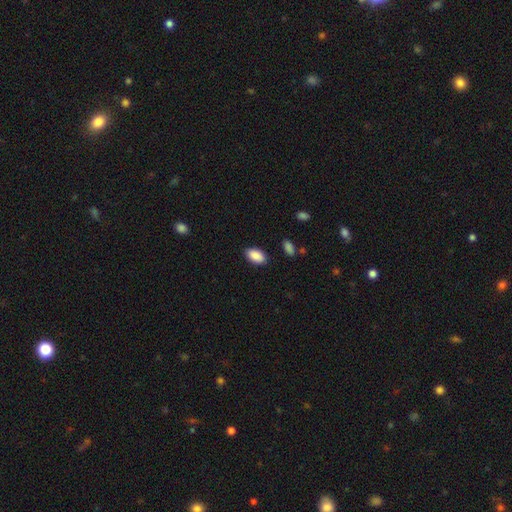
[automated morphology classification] Smooth or featured? smooth (89%)
How rounded? in between (94%)
Merging? none (86%)